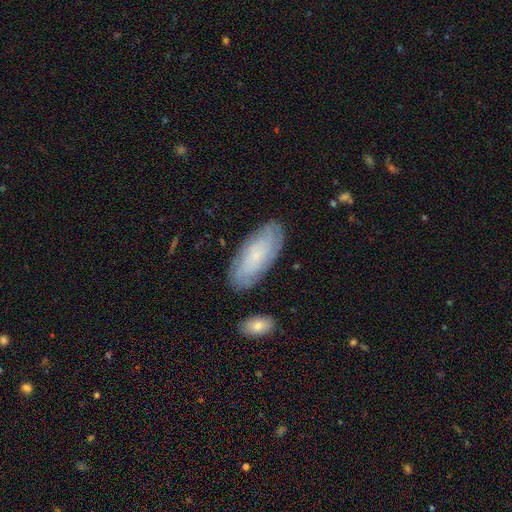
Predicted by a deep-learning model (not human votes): Smooth or featured?
  - featured or disk: 54% *
  - smooth: 37%
  - star or artifact: 9%
Edge-on disk?
  - no: 89% *
  - yes: 11%
Merging?
  - none: 82% *
  - minor disturbance: 13%
  - major disturbance: 3%
  - merger: 2%